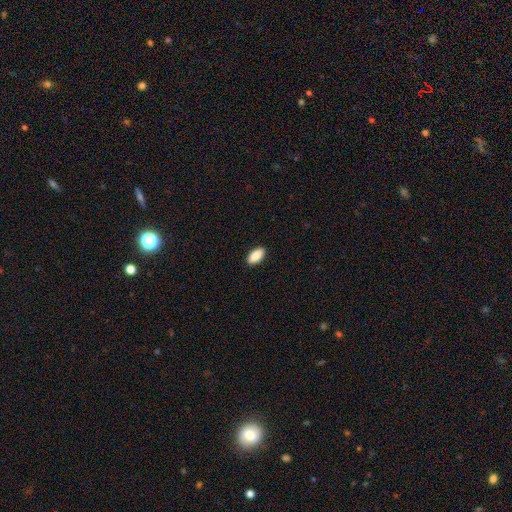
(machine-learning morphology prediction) Smooth or featured?
  - smooth: 90% *
  - star or artifact: 6%
  - featured or disk: 4%
How rounded?
  - in between: 93% *
  - cigar-shaped: 4%
  - round: 2%
Merging?
  - none: 91% *
  - minor disturbance: 7%
  - major disturbance: 2%
  - merger: 1%